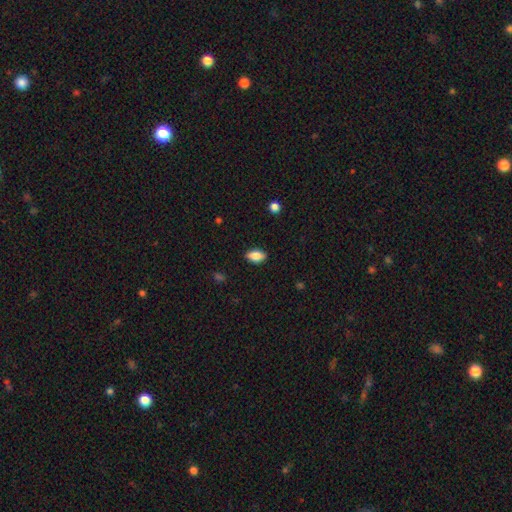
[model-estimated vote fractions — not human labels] smooth-or-featured: smooth: 84% | featured or disk: 8% | star or artifact: 8%
  how-rounded: in between: 90% | round: 7% | cigar-shaped: 4%
  merging: none: 85% | minor disturbance: 11% | major disturbance: 2% | merger: 1%